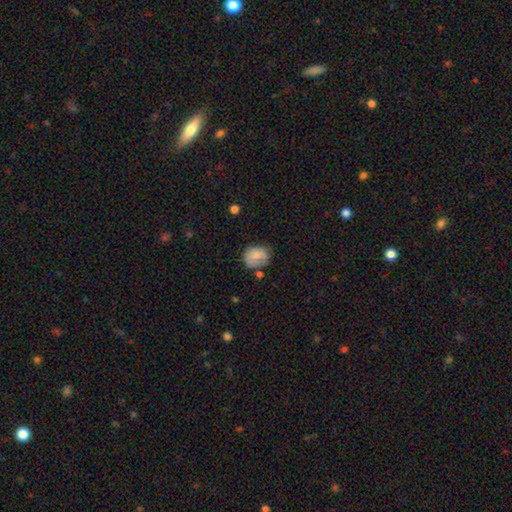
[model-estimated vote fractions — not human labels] smooth_or_featured: smooth (p=0.76) [alt: featured or disk p=0.16]
how_rounded: round (p=0.58) [alt: in between p=0.41]
merging: none (p=0.58) [alt: minor disturbance p=0.28]